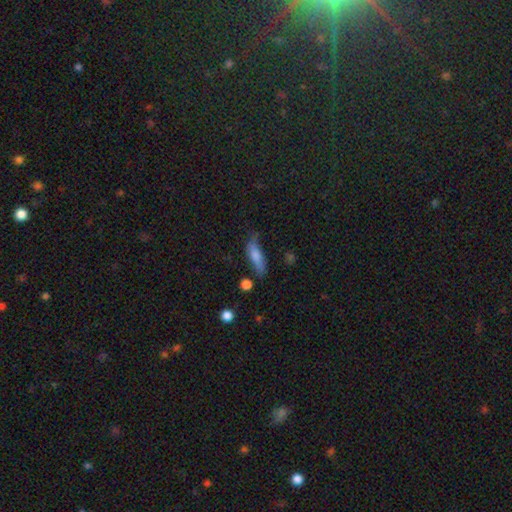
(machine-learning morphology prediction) Smooth or featured: smooth — 74% (featured or disk — 19%)
How rounded: cigar-shaped — 52% (in between — 46%)
Merging: none — 56% (minor disturbance — 30%)